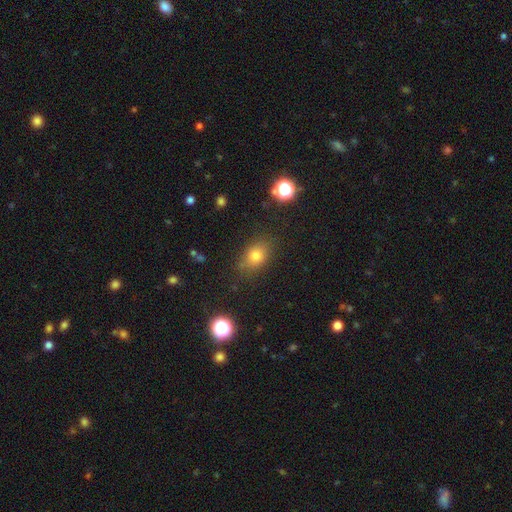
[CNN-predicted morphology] This is likely a smooth galaxy (75%). How rounded: likely in between (66%). Merging: likely none (80%).